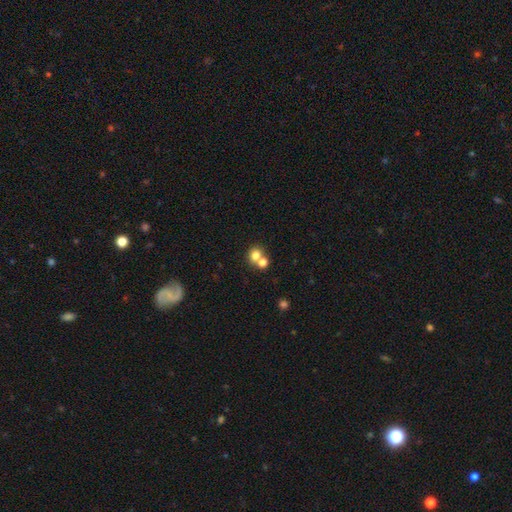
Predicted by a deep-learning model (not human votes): Smooth or featured?
  - smooth: 76% *
  - star or artifact: 13%
  - featured or disk: 12%
How rounded?
  - round: 72% *
  - in between: 27%
  - cigar-shaped: 1%
Merging?
  - merger: 46% *
  - none: 44%
  - minor disturbance: 7%
  - major disturbance: 3%